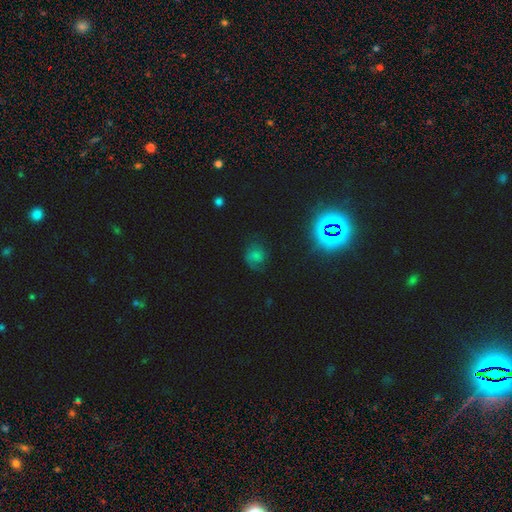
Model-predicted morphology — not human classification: The model was most divided on "smooth or featured": smooth: 48%, featured or disk: 29%, star or artifact: 23%. More confident: merging — none (57%).